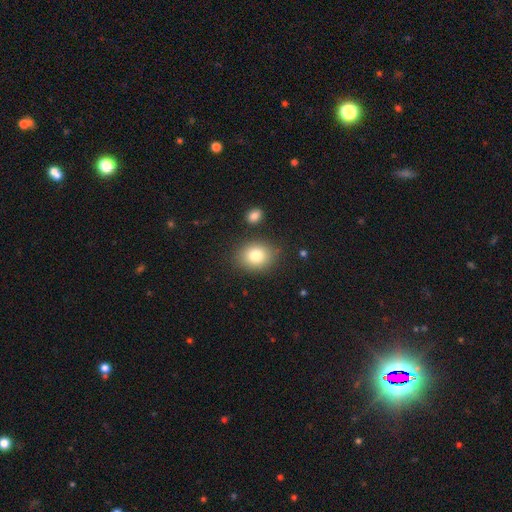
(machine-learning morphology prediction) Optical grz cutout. It shows a smooth galaxy with no disk features (79%) that is round (58%). Merging: none (84%).